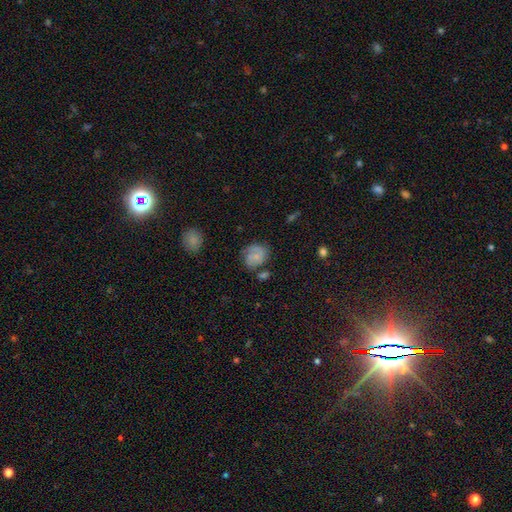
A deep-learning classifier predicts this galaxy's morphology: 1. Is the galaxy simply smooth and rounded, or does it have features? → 48% smooth, 43% featured or disk, 10% star or artifact.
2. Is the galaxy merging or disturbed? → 59% none, 24% minor disturbance, 10% major disturbance, 8% merger.